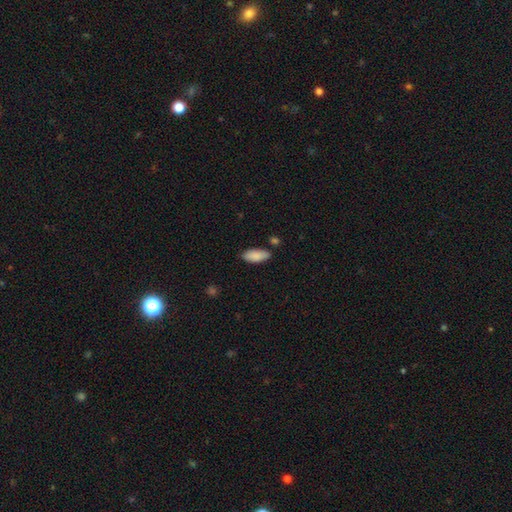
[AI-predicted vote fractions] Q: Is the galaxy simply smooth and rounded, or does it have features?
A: smooth — 88%.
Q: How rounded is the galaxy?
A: in between — 83%.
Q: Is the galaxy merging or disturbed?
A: none — 79%.